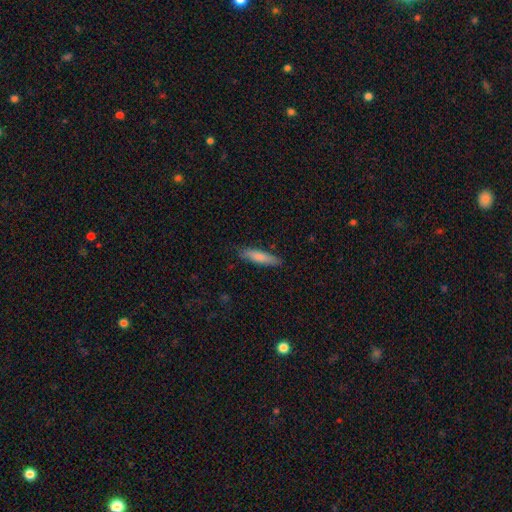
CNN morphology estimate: Q: Smooth or featured?
A: smooth (75%); runner-up: featured or disk (18%)
Q: How rounded?
A: cigar-shaped (83%); runner-up: in between (15%)
Q: Merging?
A: none (85%); runner-up: minor disturbance (12%)